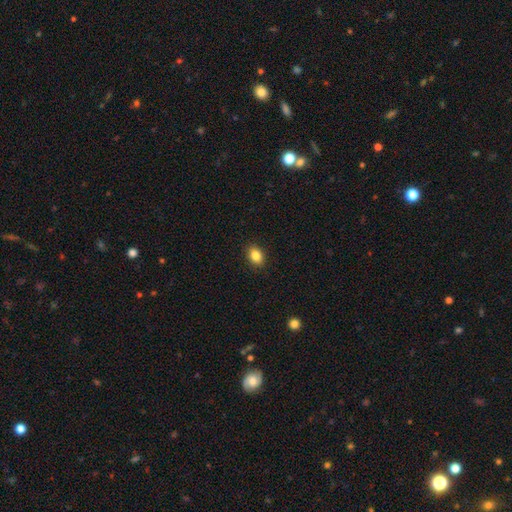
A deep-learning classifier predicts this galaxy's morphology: smooth_or_featured: smooth (p=0.85) [alt: star or artifact p=0.09]
how_rounded: in between (p=0.76) [alt: round p=0.23]
merging: none (p=0.90) [alt: minor disturbance p=0.07]